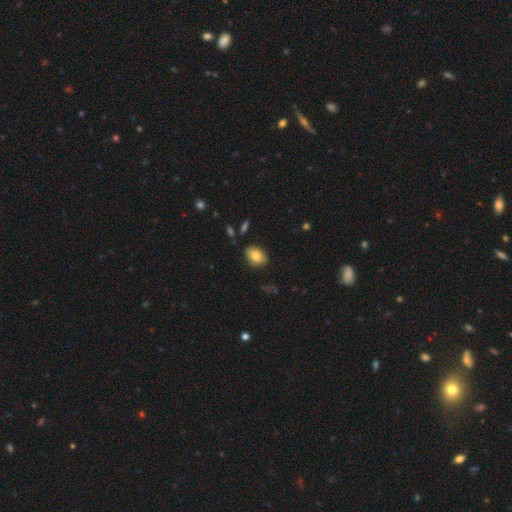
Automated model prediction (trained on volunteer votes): Q: Smooth or featured?
A: smooth (80%); runner-up: featured or disk (12%)
Q: How rounded?
A: in between (75%); runner-up: round (23%)
Q: Merging?
A: none (83%); runner-up: minor disturbance (12%)